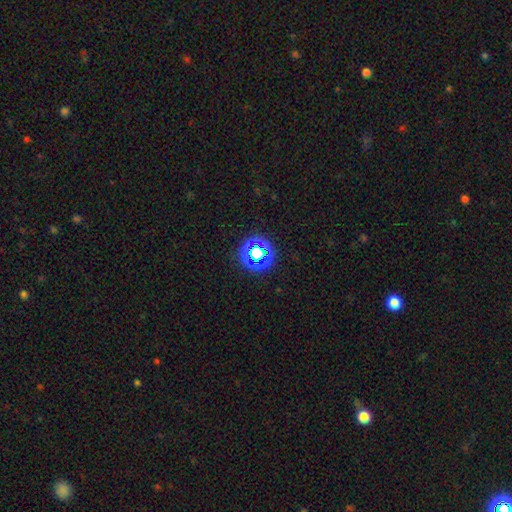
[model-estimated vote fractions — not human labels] Smooth or featured?
  - star or artifact: 59% *
  - smooth: 30%
  - featured or disk: 11%